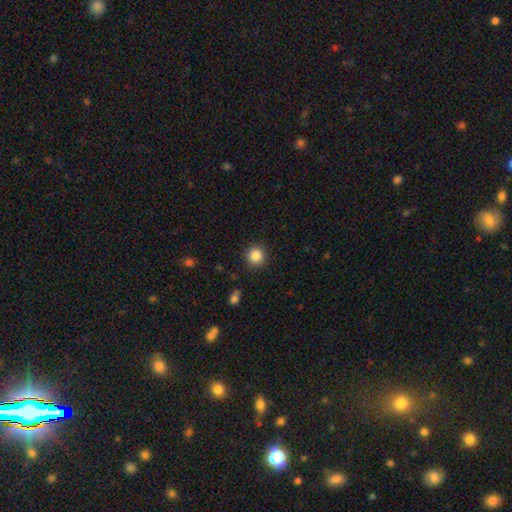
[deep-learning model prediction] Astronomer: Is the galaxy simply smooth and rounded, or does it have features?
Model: smooth — 86%.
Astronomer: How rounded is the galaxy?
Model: round — 93%.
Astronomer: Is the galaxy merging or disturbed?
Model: none — 91%.